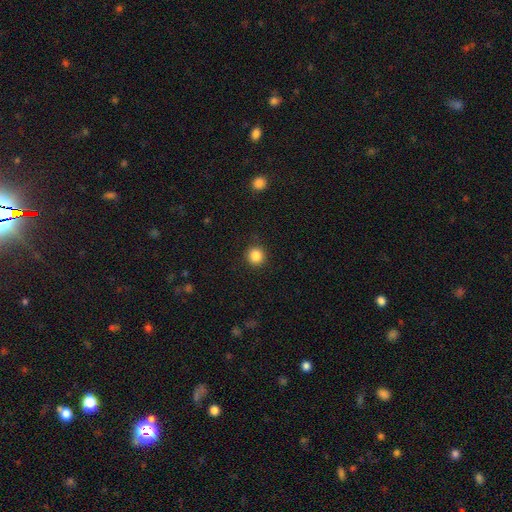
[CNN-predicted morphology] This is clearly a smooth galaxy (86%). How rounded: clearly round (94%). Merging: clearly none (91%).